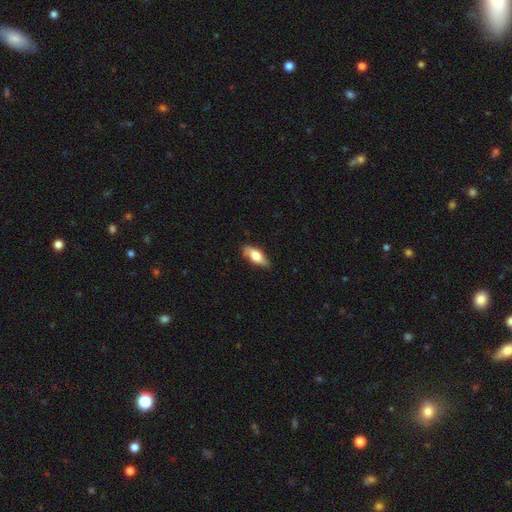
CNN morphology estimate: Overall: smooth (64%; featured or disk 30%). How rounded: in between (77%). Merging: none (73%).